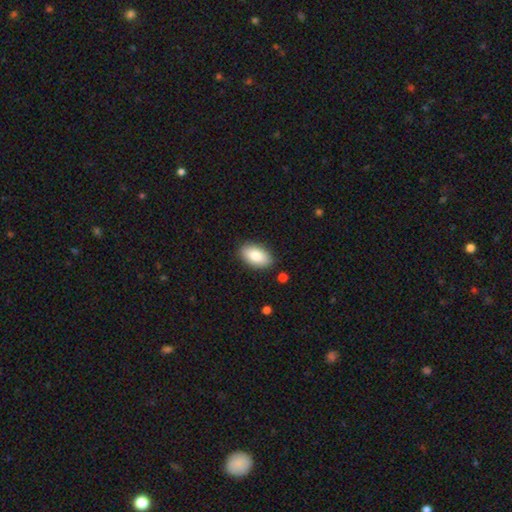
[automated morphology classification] A smooth galaxy with no disk features (86%) that is in between round and cigar-shaped (94%).

Vote fractions:
- Smooth or featured? smooth: 86% / featured or disk: 8% / star or artifact: 6%
- How rounded? in between: 94% / round: 3% / cigar-shaped: 2%
- Merging? none: 87% / minor disturbance: 10% / major disturbance: 2% / merger: 2%